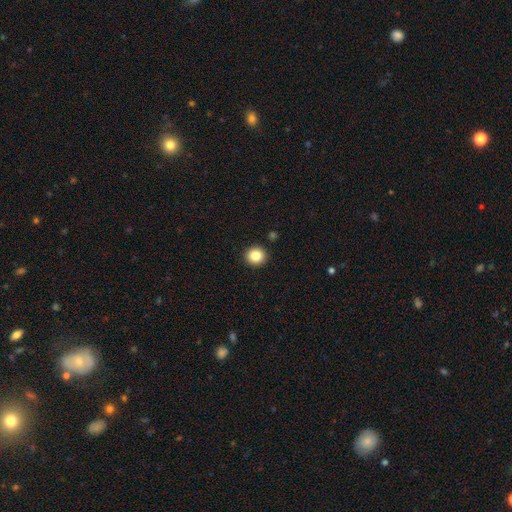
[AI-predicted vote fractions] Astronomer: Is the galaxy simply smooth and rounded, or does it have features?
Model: smooth — 85%.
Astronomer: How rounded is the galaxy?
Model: round — 90%.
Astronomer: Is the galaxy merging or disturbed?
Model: none — 92%.